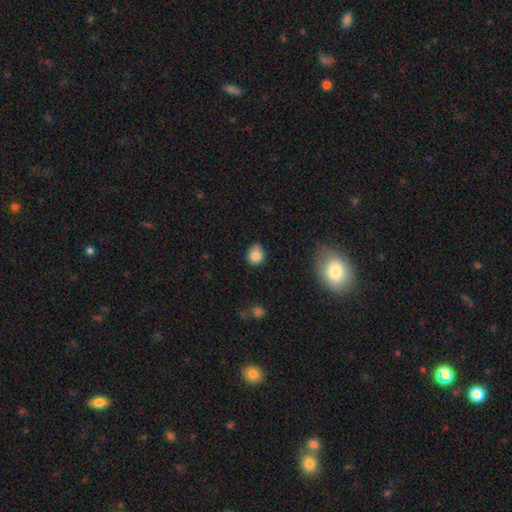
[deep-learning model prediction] smooth 83%, star or artifact 10%, featured or disk 7%. Down the decision tree: how rounded — round (78%); merging — none (67%).